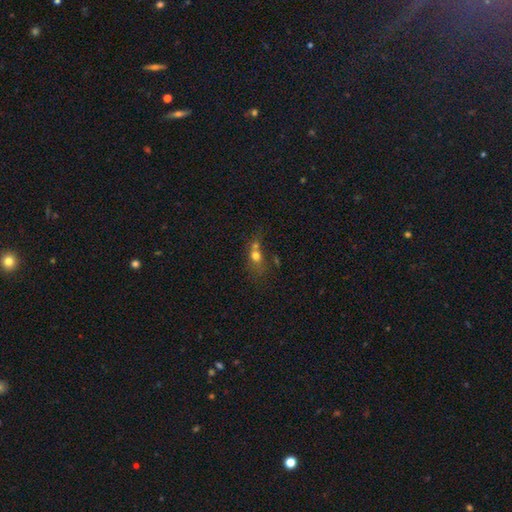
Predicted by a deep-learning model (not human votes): A smooth galaxy with no disk features (66%) that is round (54%).

Vote fractions:
- Smooth or featured? smooth: 66% / featured or disk: 19% / star or artifact: 15%
- How rounded? round: 54% / in between: 42% / cigar-shaped: 4%
- Merging? merger: 50% / none: 28% / minor disturbance: 12% / major disturbance: 9%